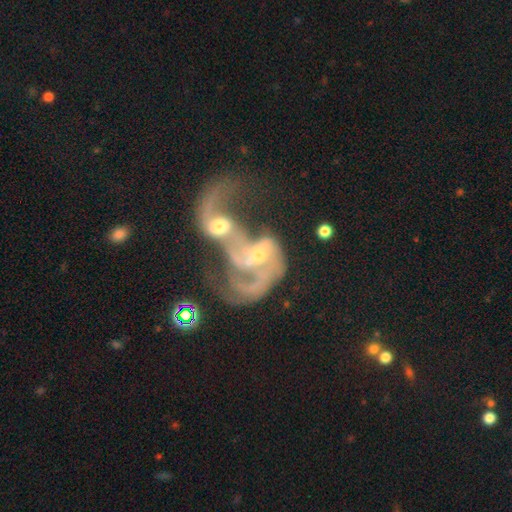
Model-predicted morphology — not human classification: Smooth or featured? featured or disk (79%)
Edge-on disk? no (97%)
Bar? no (64%)
Spiral arms? yes (79%)
Spiral winding? loose (56%)
Spiral arm count? 2 (38%)
Bulge size? moderate (48%)
Merging? merger (77%)